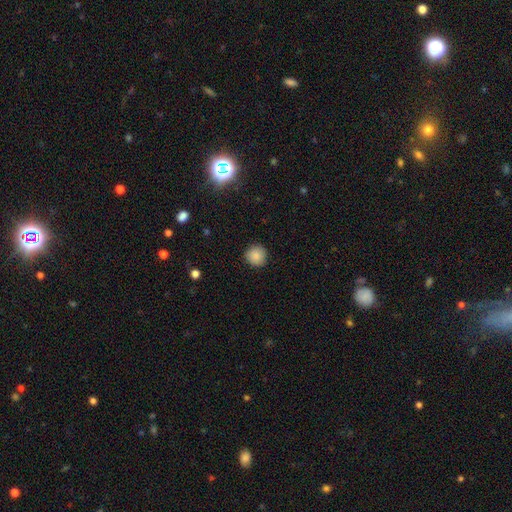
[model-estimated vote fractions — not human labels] Overall: smooth (88%). How rounded: round (94%). Merging: none (90%).